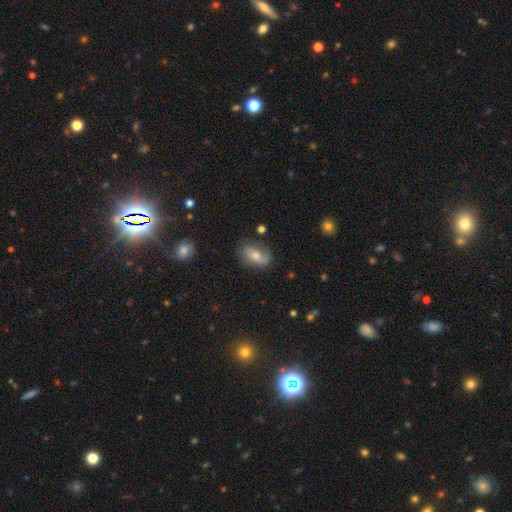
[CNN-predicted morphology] Q: Smooth or featured?
A: smooth (48%); runner-up: featured or disk (43%)
Q: Merging?
A: none (63%); runner-up: minor disturbance (25%)